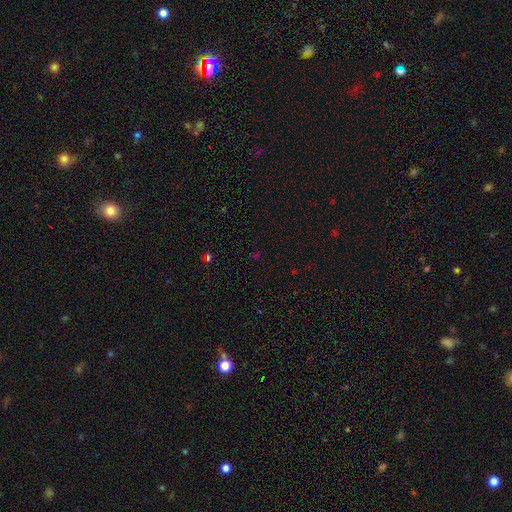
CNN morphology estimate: This appears to be a star or artifact, not a galaxy (65%).